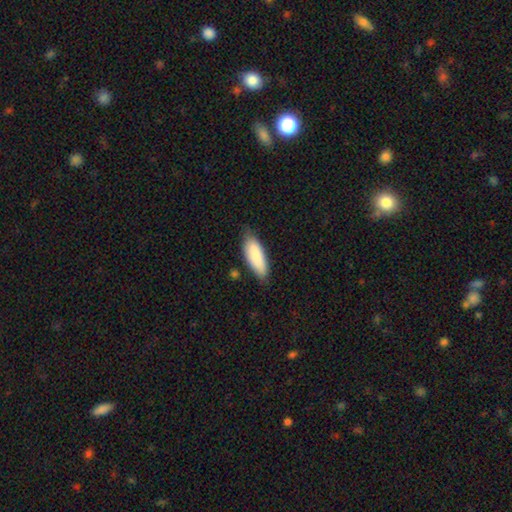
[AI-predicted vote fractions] Smooth or featured? smooth (86%)
How rounded? in between (66%)
Merging? none (72%)